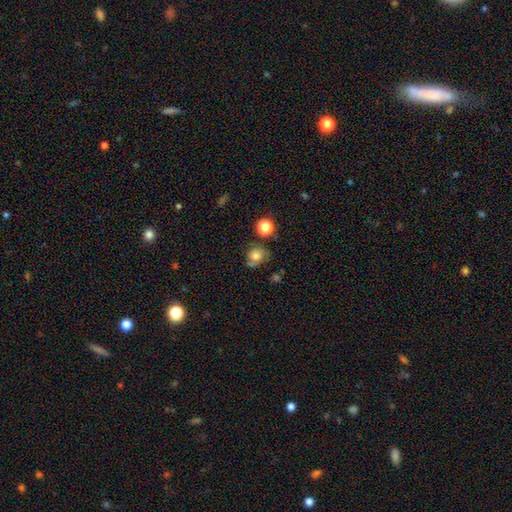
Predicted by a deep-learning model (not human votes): smooth 71%, featured or disk 15%, star or artifact 13%. Down the decision tree: how rounded — round (75%); merging — none (56%).